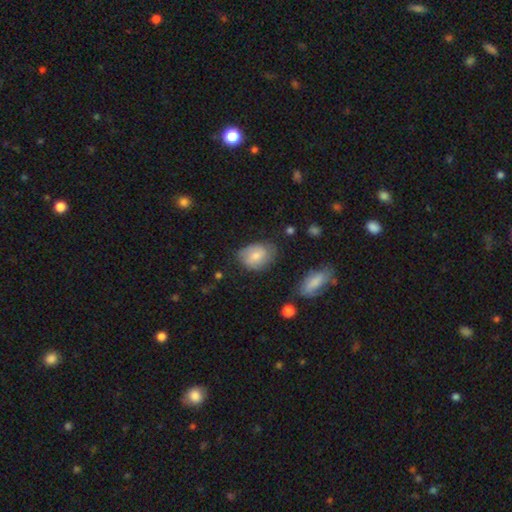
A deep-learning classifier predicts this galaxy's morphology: smooth_or_featured: smooth (p=0.69) [alt: featured or disk p=0.24]
how_rounded: in between (p=0.74) [alt: round p=0.24]
merging: none (p=0.64) [alt: minor disturbance p=0.27]